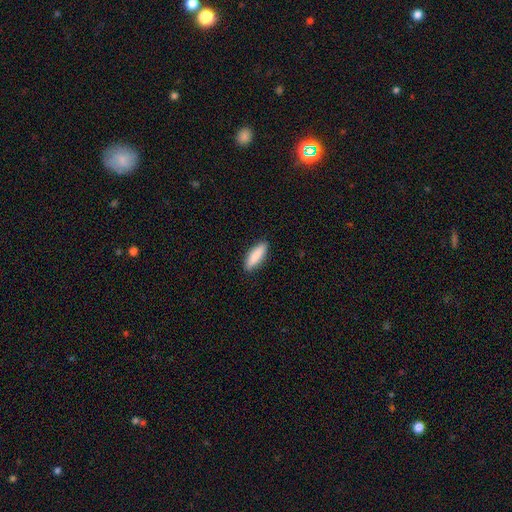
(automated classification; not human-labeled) Morphology: type=smooth (87%); roundness=cigar-shaped (53%); merging=none (89%).